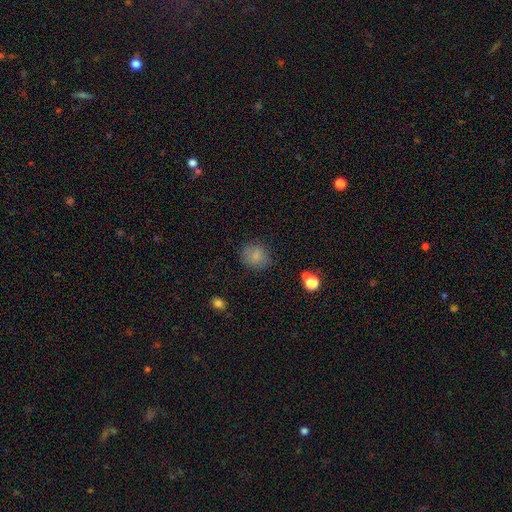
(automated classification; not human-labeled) smooth_or_featured: smooth (p=0.81) [alt: star or artifact p=0.10]
how_rounded: round (p=0.80) [alt: in between p=0.19]
merging: none (p=0.79) [alt: minor disturbance p=0.14]